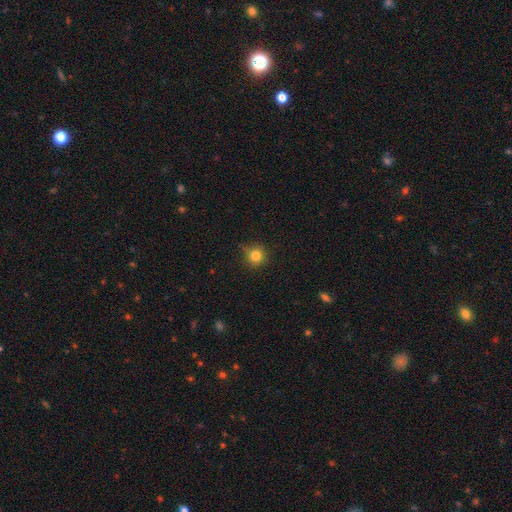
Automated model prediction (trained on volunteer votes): A smooth galaxy with no disk features (82%) that is round (93%). Merging: none (81%).